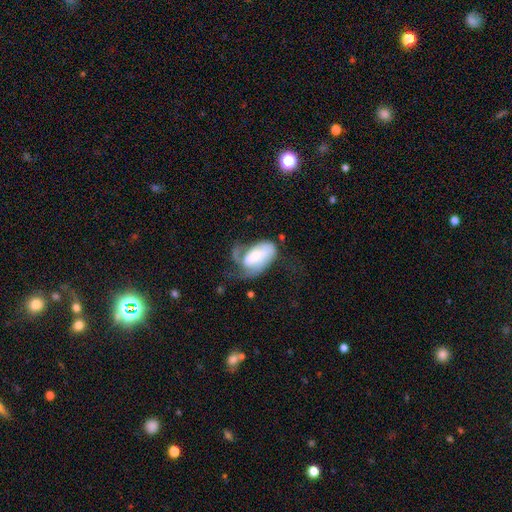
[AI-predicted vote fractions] smooth-or-featured: featured or disk: 56% | smooth: 38% | star or artifact: 6%
  disk-edge-on: no: 95% | yes: 5%
    bar: no: 62% | weak: 27% | strong: 11%
    has-spiral-arms: yes: 67% | no: 33%
    bulge-size: moderate: 45% | small: 41% | large: 9% | none: 4% | dominant: 2%
  merging: major disturbance: 45% | minor disturbance: 22% | none: 21% | merger: 12%